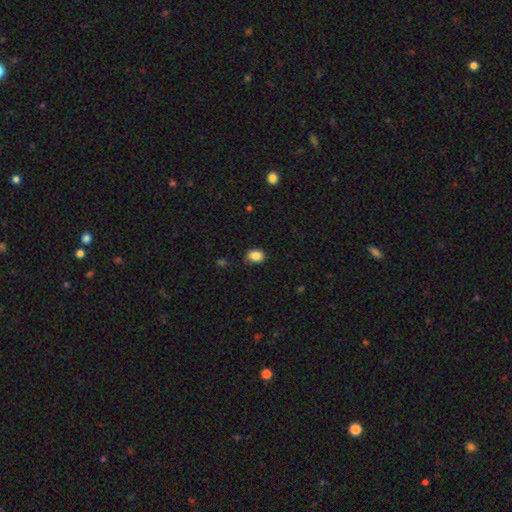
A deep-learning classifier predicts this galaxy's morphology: The model was most divided on "how rounded": in between: 68%, round: 31%, cigar-shaped: 1%. More confident: smooth or featured — smooth (87%); merging — none (84%).